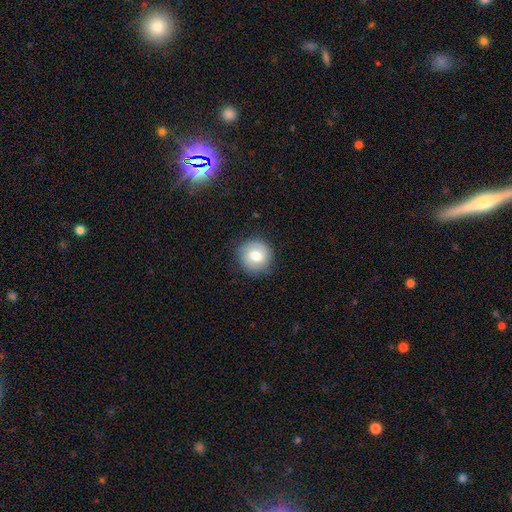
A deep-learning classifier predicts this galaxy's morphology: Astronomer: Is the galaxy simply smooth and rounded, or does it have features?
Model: smooth — 67%.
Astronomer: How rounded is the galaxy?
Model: round — 90%.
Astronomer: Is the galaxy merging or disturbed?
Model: none — 83%.